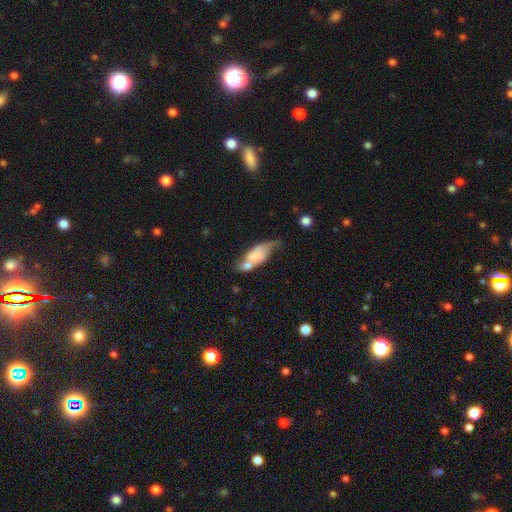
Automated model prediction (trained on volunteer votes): A smooth galaxy with no disk features (57%) that is in between round and cigar-shaped (79%). Merging: merger (38%).